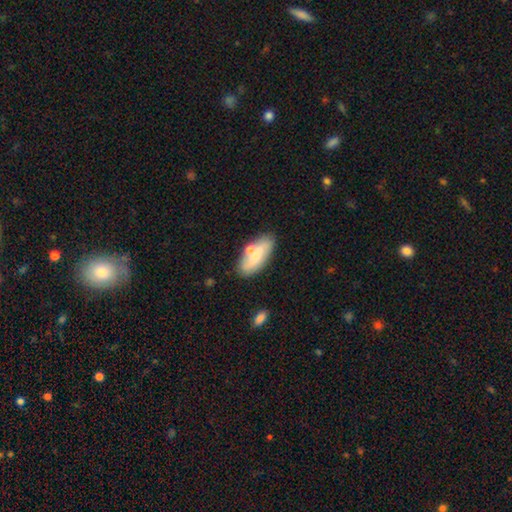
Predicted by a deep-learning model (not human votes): Q: Smooth or featured?
A: smooth (58%); runner-up: featured or disk (35%)
Q: How rounded?
A: in between (79%); runner-up: cigar-shaped (18%)
Q: Merging?
A: none (63%); runner-up: minor disturbance (16%)